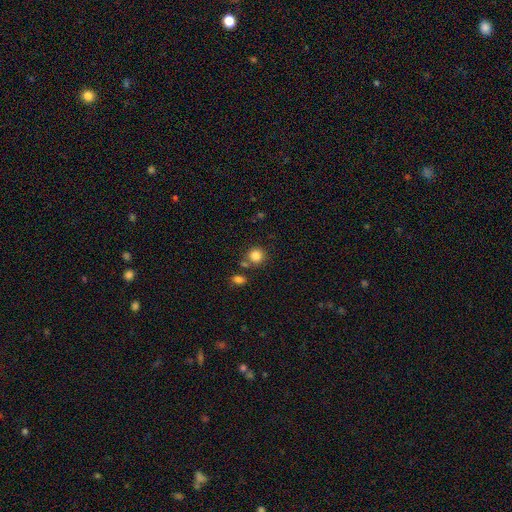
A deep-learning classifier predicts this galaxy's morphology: A smooth galaxy with no disk features (84%) that is round (88%).

Vote fractions:
- Smooth or featured? smooth: 84% / star or artifact: 11% / featured or disk: 5%
- How rounded? round: 88% / in between: 11% / cigar-shaped: 1%
- Merging? none: 73% / merger: 14% / minor disturbance: 10% / major disturbance: 3%